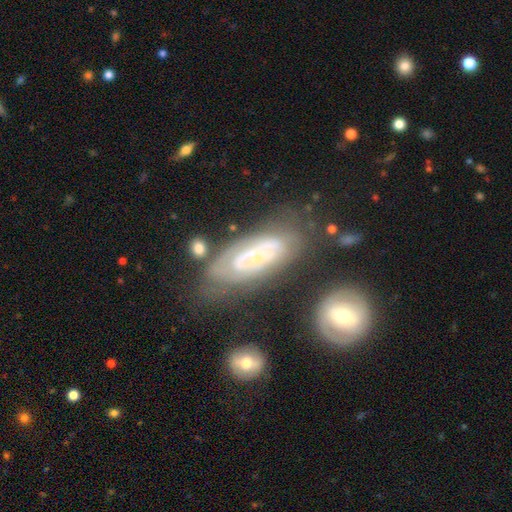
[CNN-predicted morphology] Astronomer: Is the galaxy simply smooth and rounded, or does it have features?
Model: featured or disk — 71%.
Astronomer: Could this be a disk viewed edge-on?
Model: no — 89%.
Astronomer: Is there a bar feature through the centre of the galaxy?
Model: no — 56% (runner-up: weak, 33%).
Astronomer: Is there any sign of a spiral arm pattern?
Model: yes — 80%.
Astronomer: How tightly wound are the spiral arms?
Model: tight — 62%.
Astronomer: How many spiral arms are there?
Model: can't tell — 47% (runner-up: 2, 34%).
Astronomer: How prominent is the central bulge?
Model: small — 56%.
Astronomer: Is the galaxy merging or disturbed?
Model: none — 60%.